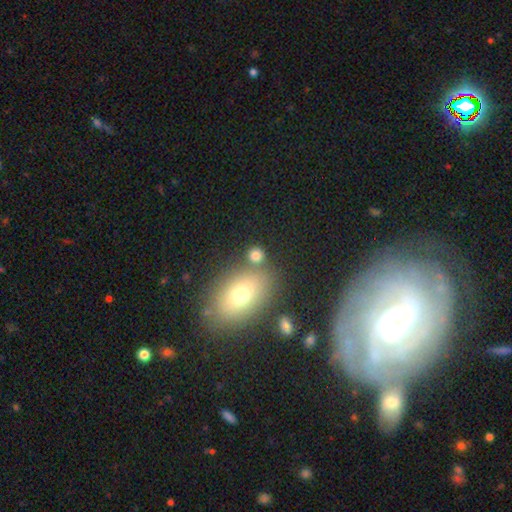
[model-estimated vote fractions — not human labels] This is likely a smooth galaxy (77%). How rounded: likely round (75%). Merging: likely none (71%).